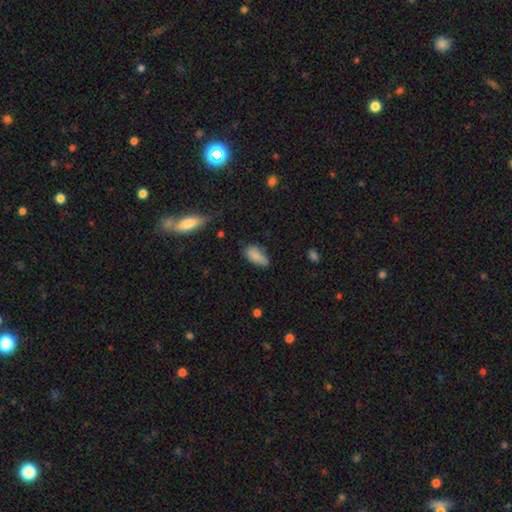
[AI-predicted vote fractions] Overall: smooth (84%). How rounded: in between (89%). Merging: none (56%; minor disturbance 34%).